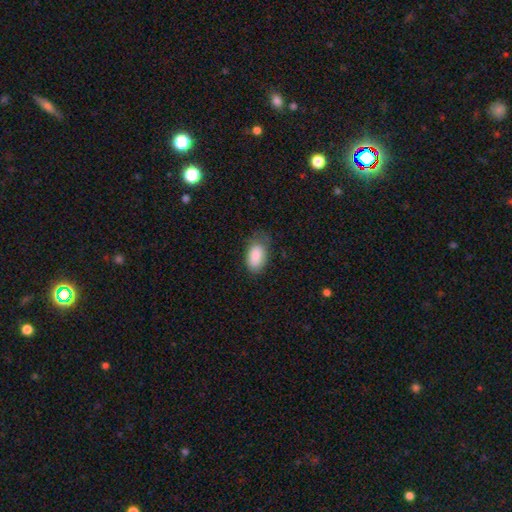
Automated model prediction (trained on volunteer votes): smooth_or_featured: smooth (p=0.87) [alt: star or artifact p=0.07]
how_rounded: in between (p=0.93) [alt: round p=0.05]
merging: none (p=0.57) [alt: minor disturbance p=0.31]